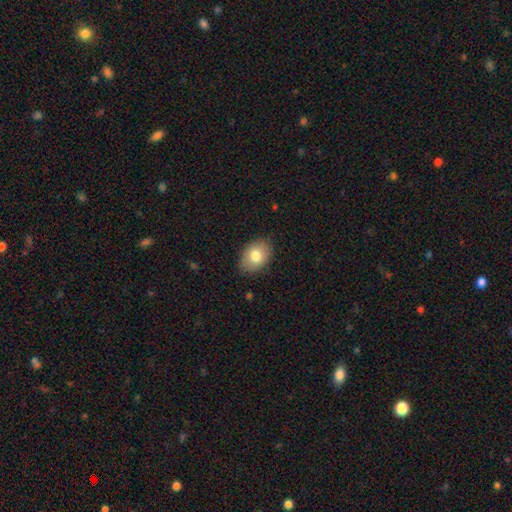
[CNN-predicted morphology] Smooth or featured: smooth — 79% (featured or disk — 13%)
How rounded: in between — 80% (round — 19%)
Merging: none — 85% (minor disturbance — 12%)